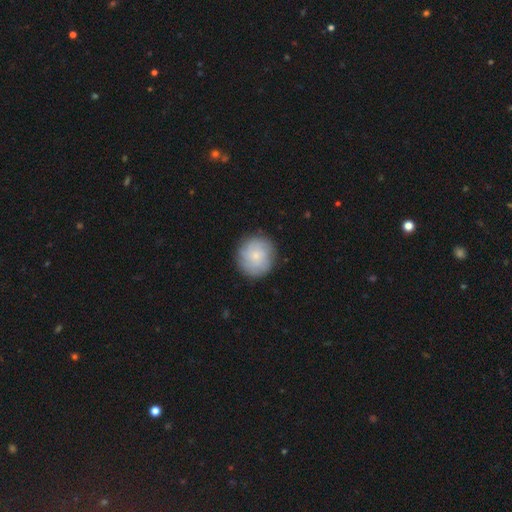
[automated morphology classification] Smooth or featured? Predicted: smooth (p=0.64). How rounded? Predicted: round (p=0.91). Merging? Predicted: none (p=0.85).